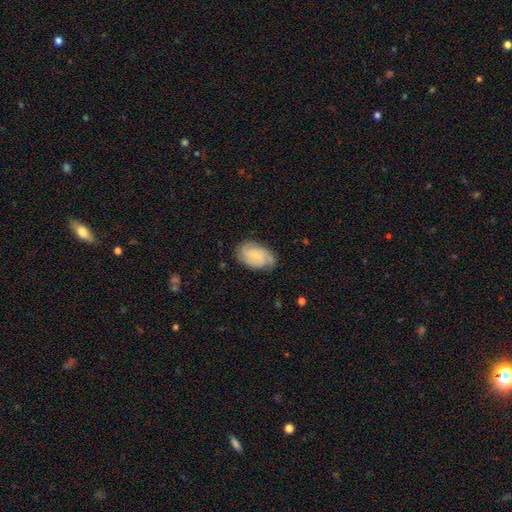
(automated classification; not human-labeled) A featured or disk galaxy (65%) with no bar (58%), 2 (47%) tight (55%) spiral arms (92%) and a small central bulge (72%).

Vote fractions:
- Smooth or featured? featured or disk: 65% / smooth: 28% / star or artifact: 7%
- Edge-on disk? no: 96% / yes: 4%
- Bar? no: 58% / weak: 36% / strong: 6%
- Spiral arms? yes: 92% / no: 8%
- Spiral winding? tight: 55% / medium: 35% / loose: 10%
- Spiral arm count? 2: 47% / can't tell: 27% / 3: 15% / 1: 5% / 4: 4% / more than 4: 3%
- Bulge size? small: 72% / moderate: 20% / none: 6% / large: 1% / dominant: 1%
- Merging? none: 71% / minor disturbance: 22% / major disturbance: 6% / merger: 1%